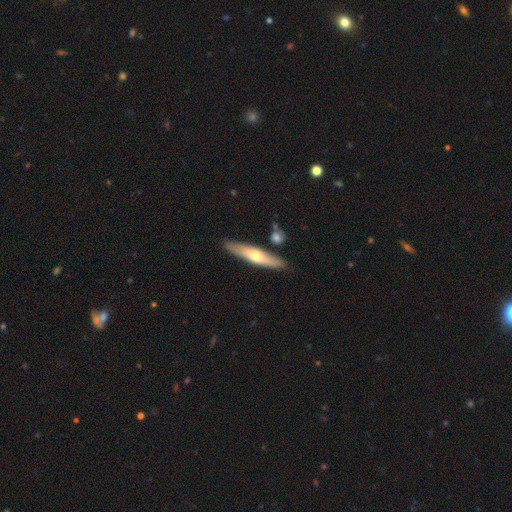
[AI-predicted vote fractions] The model was most divided on "smooth or featured": featured or disk: 49%, smooth: 45%, star or artifact: 5%. More confident: merging — none (84%).